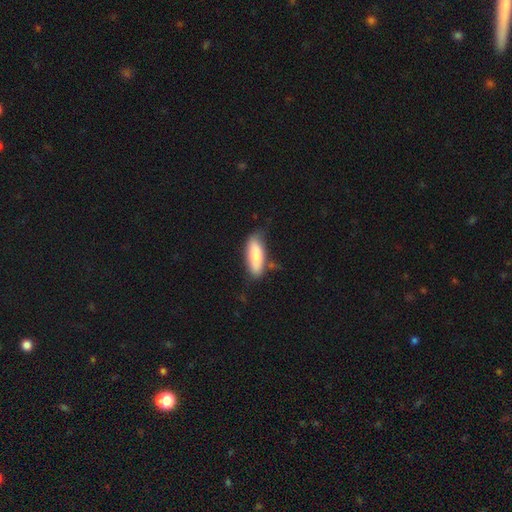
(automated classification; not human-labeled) Morphology: type=smooth (82%); roundness=in between (62%); merging=none (68%).